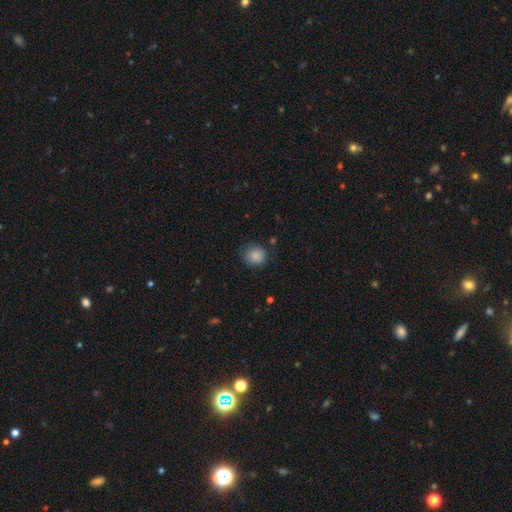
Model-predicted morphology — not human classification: Smooth or featured? smooth (87%)
How rounded? round (88%)
Merging? none (81%)